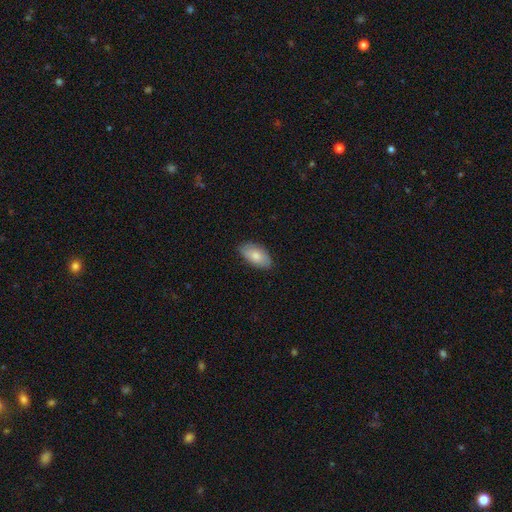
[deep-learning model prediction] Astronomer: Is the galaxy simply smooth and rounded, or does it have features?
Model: smooth — 80%.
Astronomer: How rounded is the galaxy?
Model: in between — 94%.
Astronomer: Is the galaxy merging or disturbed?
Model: none — 82%.